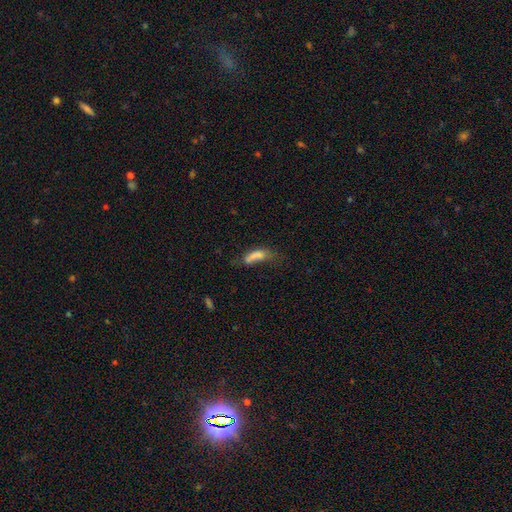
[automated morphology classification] A smooth galaxy with no disk features (67%) that is in between round and cigar-shaped (67%).

Vote fractions:
- Smooth or featured? smooth: 67% / featured or disk: 21% / star or artifact: 12%
- How rounded? in between: 67% / cigar-shaped: 28% / round: 4%
- Merging? major disturbance: 34% / none: 25% / minor disturbance: 22% / merger: 19%